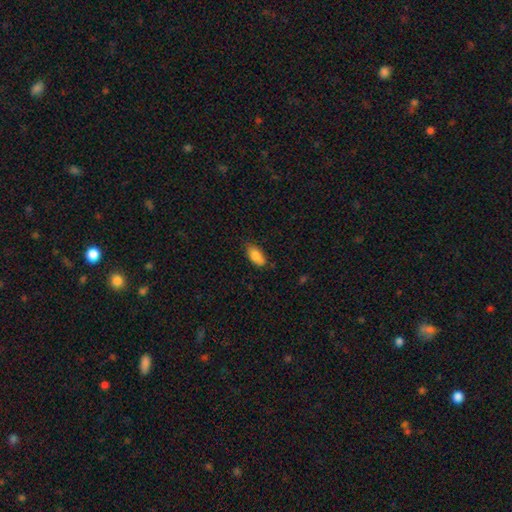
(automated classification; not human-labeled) A smooth galaxy with no disk features (82%) that is in between round and cigar-shaped (90%). Merging: none (67%).